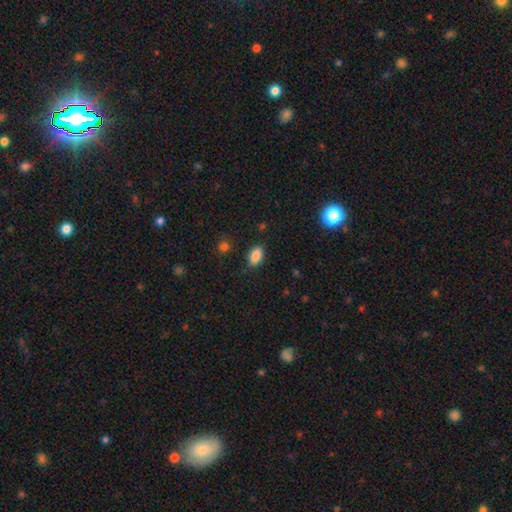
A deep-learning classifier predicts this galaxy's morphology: The model was most divided on "merging": none: 81%, minor disturbance: 14%, major disturbance: 3%, merger: 2%. More confident: how rounded — in between (90%); smooth or featured — smooth (86%).